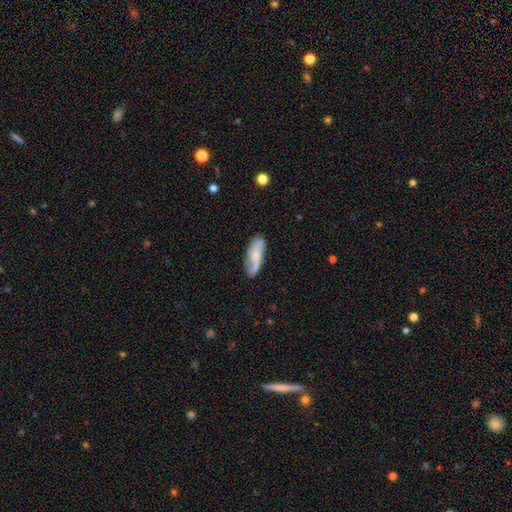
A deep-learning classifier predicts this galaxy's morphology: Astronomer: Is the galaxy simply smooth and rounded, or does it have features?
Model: smooth — 54% (runner-up: featured or disk, 39%).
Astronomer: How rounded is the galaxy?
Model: in between — 65%.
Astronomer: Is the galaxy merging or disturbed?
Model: none — 65%.